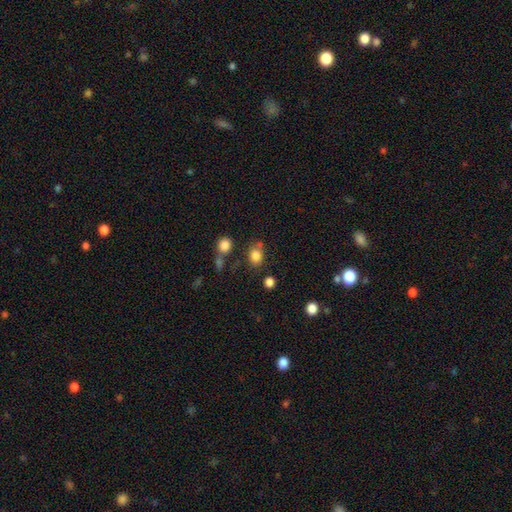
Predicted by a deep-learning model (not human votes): Morphology: type=smooth (82%); roundness=round (59%); merging=none (65%).